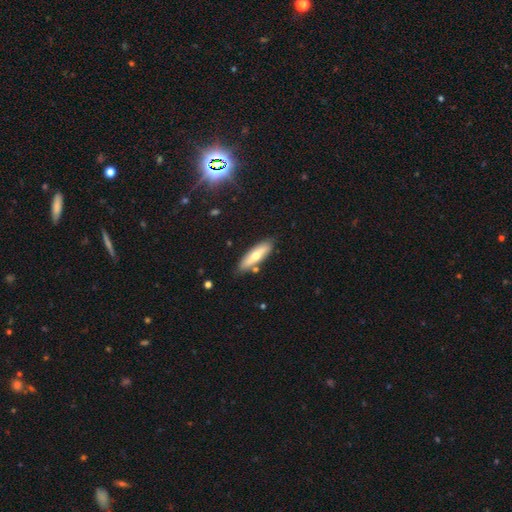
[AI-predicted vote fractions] smooth 58%, featured or disk 36%, star or artifact 6%. Down the decision tree: how rounded — cigar-shaped (54%); merging — none (81%).